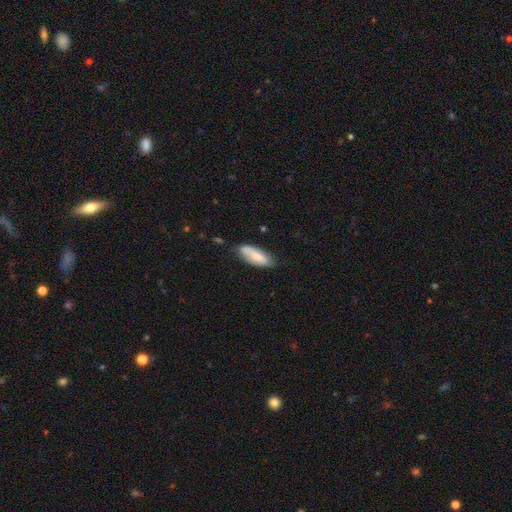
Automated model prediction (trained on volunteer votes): Q: Smooth or featured?
A: smooth (71%); runner-up: featured or disk (23%)
Q: How rounded?
A: in between (69%); runner-up: cigar-shaped (29%)
Q: Merging?
A: none (68%); runner-up: minor disturbance (25%)